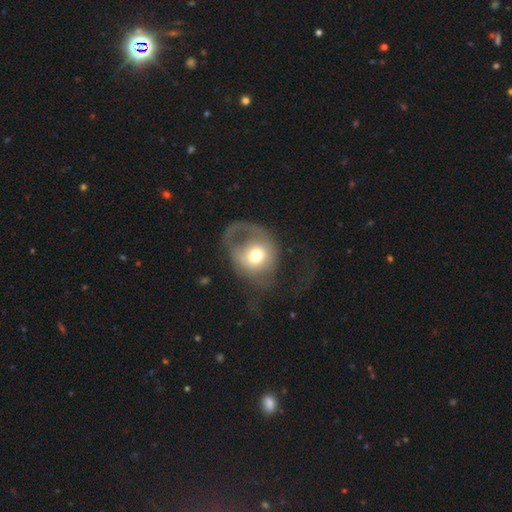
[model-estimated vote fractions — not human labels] A smooth galaxy with no disk features (55%) that is round (65%). Merging: major disturbance (62%).